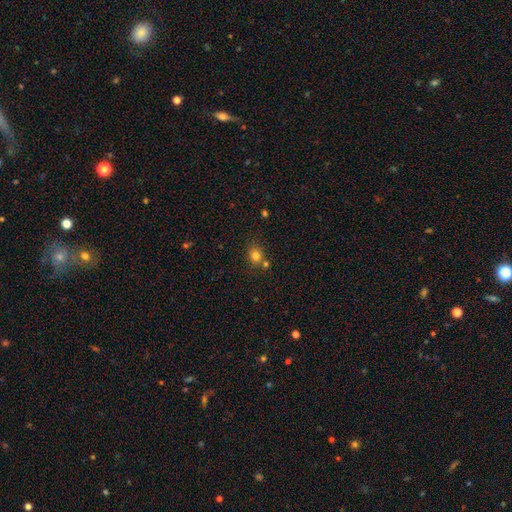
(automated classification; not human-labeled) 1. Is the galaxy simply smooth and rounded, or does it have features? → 79% smooth, 14% star or artifact, 7% featured or disk.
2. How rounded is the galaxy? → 67% round, 32% in between, 1% cigar-shaped.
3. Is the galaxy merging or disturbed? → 65% none, 20% merger, 11% minor disturbance, 3% major disturbance.